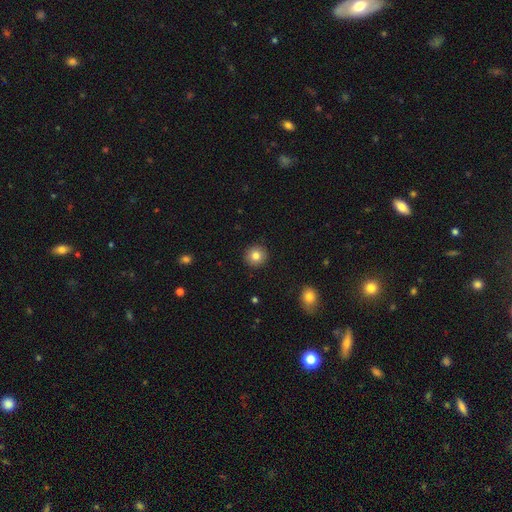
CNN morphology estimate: smooth 82%, star or artifact 10%, featured or disk 8%. Down the decision tree: how rounded — round (94%); merging — none (92%).